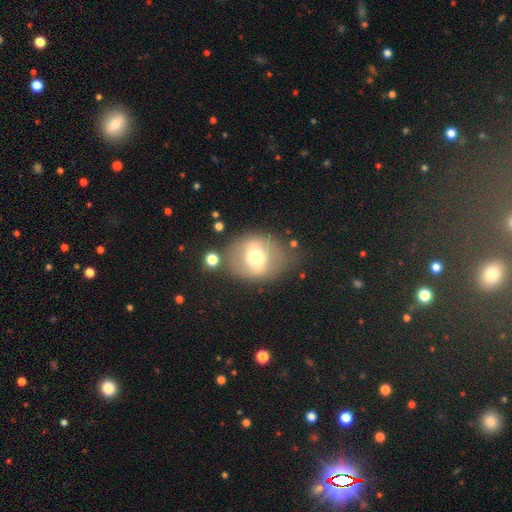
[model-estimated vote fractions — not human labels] Smooth or featured? Predicted: featured or disk (p=0.46, tied with smooth). Merging? Predicted: none (p=0.71).